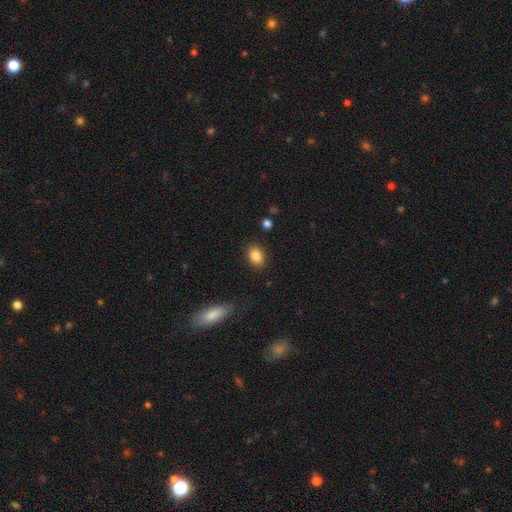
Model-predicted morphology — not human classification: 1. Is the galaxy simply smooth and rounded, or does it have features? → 87% smooth, 8% star or artifact, 5% featured or disk.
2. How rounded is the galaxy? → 83% in between, 15% round, 2% cigar-shaped.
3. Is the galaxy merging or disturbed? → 85% none, 10% minor disturbance, 3% major disturbance, 2% merger.